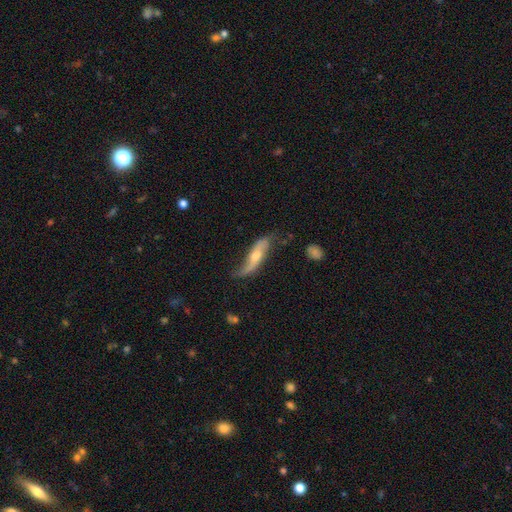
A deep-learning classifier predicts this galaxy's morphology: type=featured or disk (73%); edge-on=no (71%); bar=no (54%); spiral arms=yes (89%); bulge=moderate (57%); merging=none (52%).